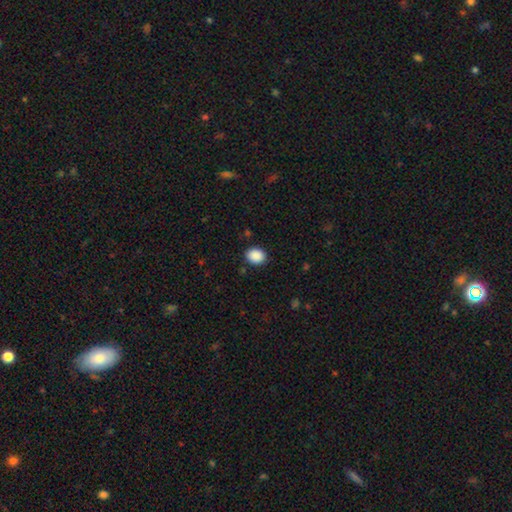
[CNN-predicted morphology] A smooth galaxy with no disk features (90%) that is in between round and cigar-shaped (52%). Merging: none (88%).